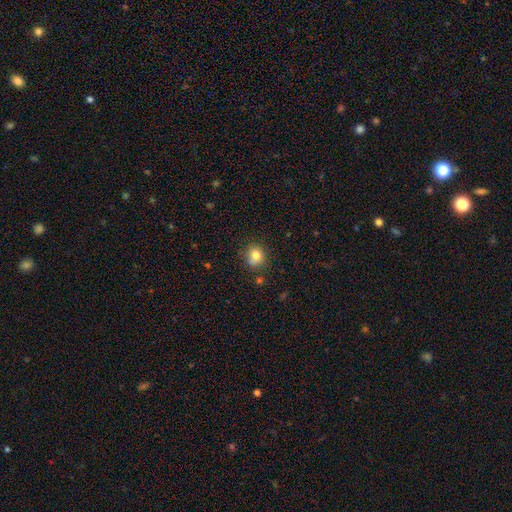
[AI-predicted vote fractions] A smooth galaxy with no disk features (80%) that is round (79%). Merging: none (74%).